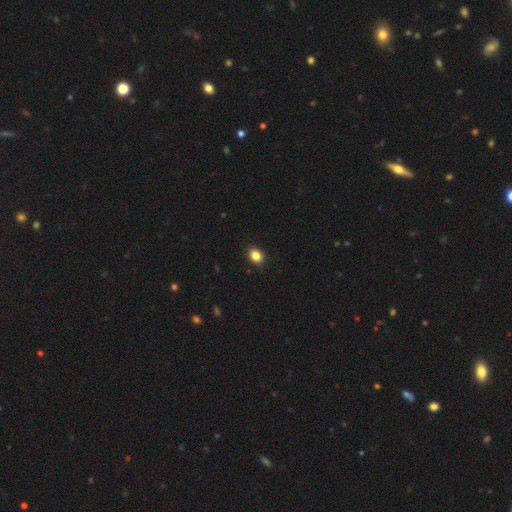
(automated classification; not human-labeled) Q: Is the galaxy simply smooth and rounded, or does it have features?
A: smooth — 86%.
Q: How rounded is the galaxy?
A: in between — 53%.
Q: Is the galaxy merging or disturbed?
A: none — 91%.